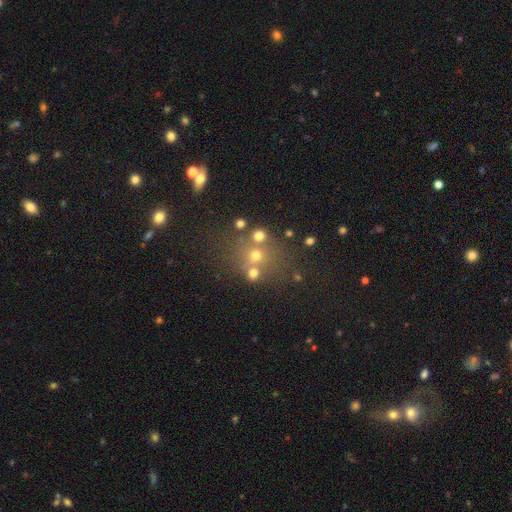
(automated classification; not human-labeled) Smooth or featured?
  - smooth: 51% *
  - star or artifact: 29%
  - featured or disk: 19%
How rounded?
  - round: 73% *
  - in between: 26%
  - cigar-shaped: 1%
Merging?
  - none: 56% *
  - merger: 27%
  - minor disturbance: 11%
  - major disturbance: 7%